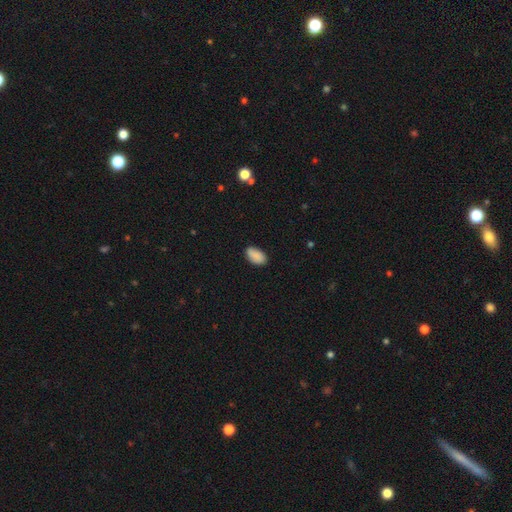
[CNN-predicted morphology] smooth 88%, star or artifact 7%, featured or disk 5%. Down the decision tree: how rounded — in between (93%); merging — none (82%).